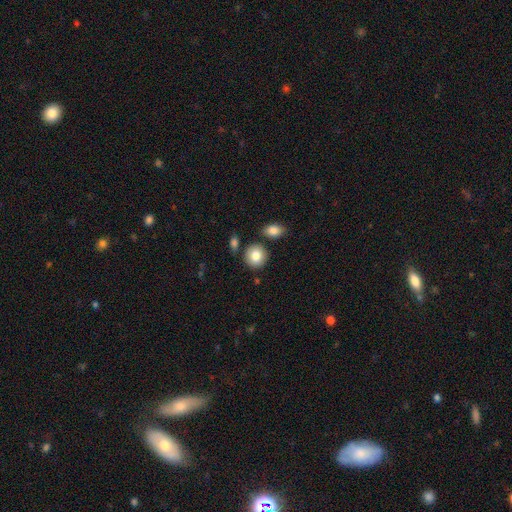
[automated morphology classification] type=smooth (83%); roundness=round (83%); merging=none (82%).